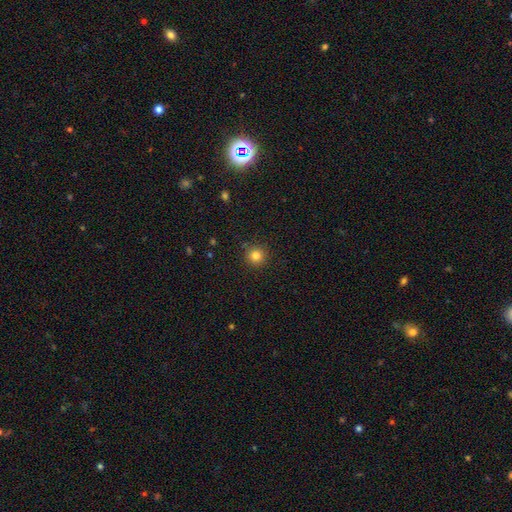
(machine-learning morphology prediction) Q: Smooth or featured?
A: smooth (82%); runner-up: star or artifact (12%)
Q: How rounded?
A: round (95%); runner-up: in between (4%)
Q: Merging?
A: none (90%); runner-up: minor disturbance (7%)